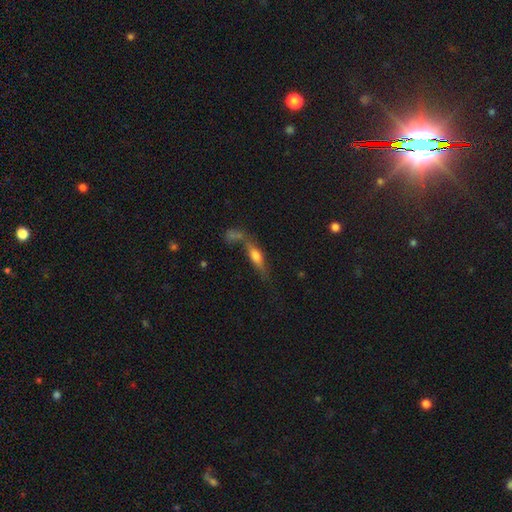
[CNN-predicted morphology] A smooth galaxy with no disk features (51%) that is cigar-shaped (56%). Merging: none (42%).